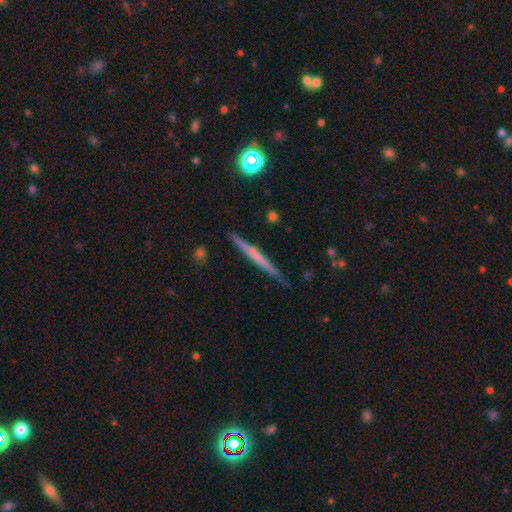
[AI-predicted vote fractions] Morphology: type=featured or disk (57%); edge-on=yes (97%); edge-on bulge=none (75%); merging=none (89%).